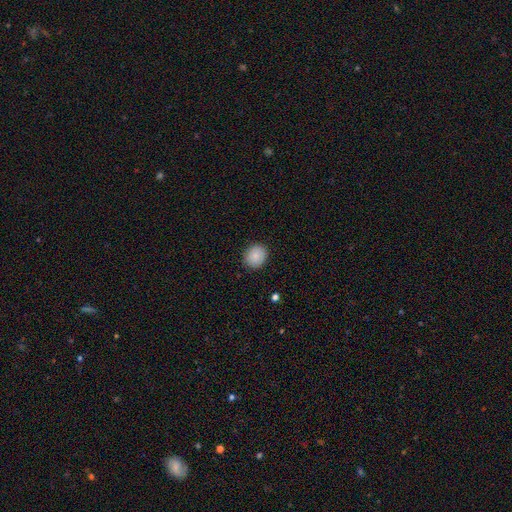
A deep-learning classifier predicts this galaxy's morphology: Smooth or featured: smooth — 87% (star or artifact — 8%)
How rounded: round — 70% (in between — 29%)
Merging: none — 89% (minor disturbance — 8%)